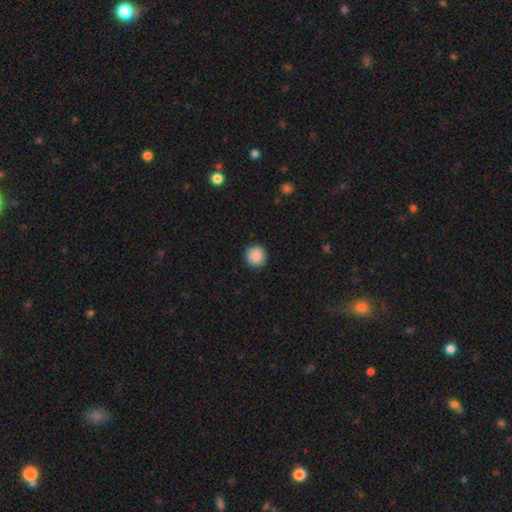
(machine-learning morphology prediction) type=smooth (89%); roundness=round (94%); merging=none (92%).